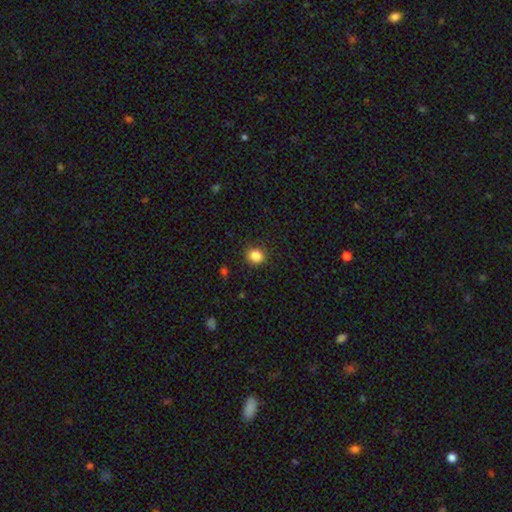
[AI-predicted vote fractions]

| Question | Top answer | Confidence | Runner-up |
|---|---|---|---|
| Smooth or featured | smooth | 85% | star or artifact (11%) |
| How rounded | round | 79% | in between (20%) |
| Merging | none | 87% | minor disturbance (10%) |